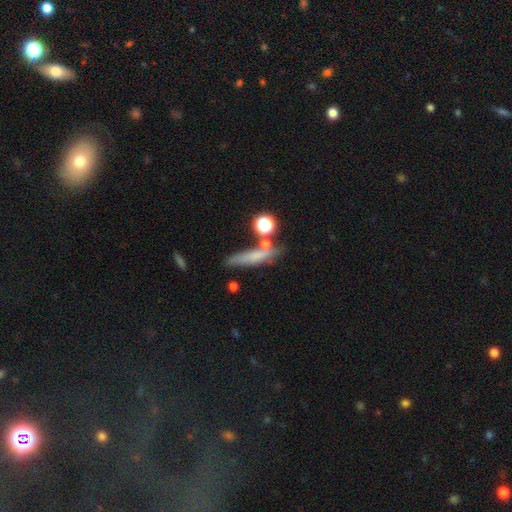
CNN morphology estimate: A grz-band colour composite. It shows a smooth galaxy with no disk features (62%) that is cigar-shaped (73%). Merging: none (60%).